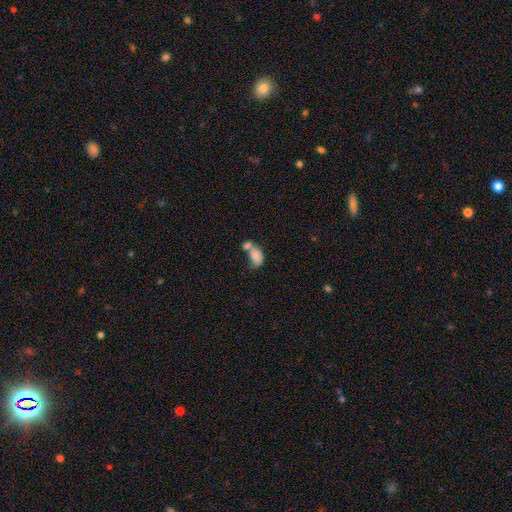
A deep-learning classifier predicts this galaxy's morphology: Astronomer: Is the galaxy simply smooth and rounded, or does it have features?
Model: smooth — 79%.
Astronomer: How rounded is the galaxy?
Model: in between — 88%.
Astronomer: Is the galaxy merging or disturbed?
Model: merger — 63%.